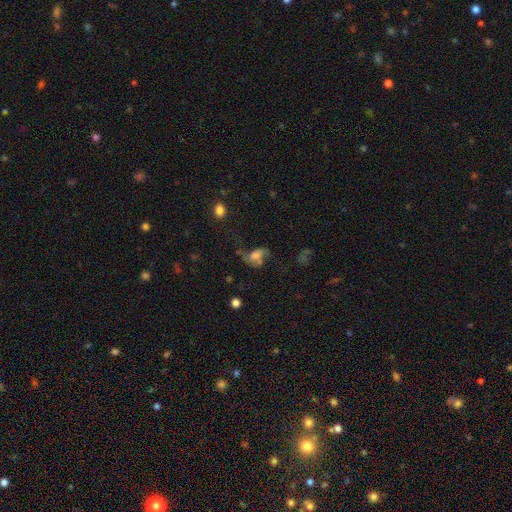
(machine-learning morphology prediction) Overall: smooth (49%; featured or disk 34%). Merging: major disturbance (38%; none 28%).